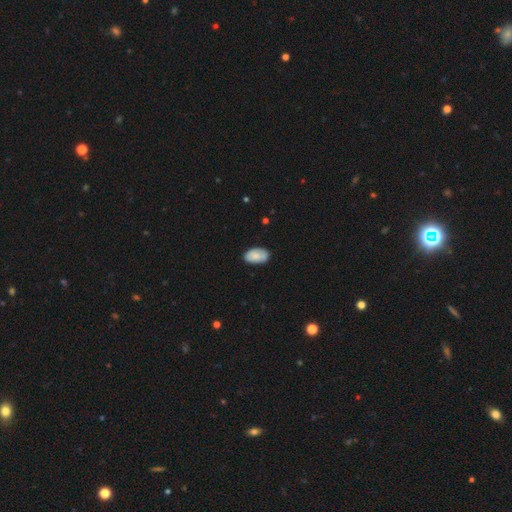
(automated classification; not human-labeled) Morphology: type=smooth (83%); roundness=in between (95%); merging=none (79%).